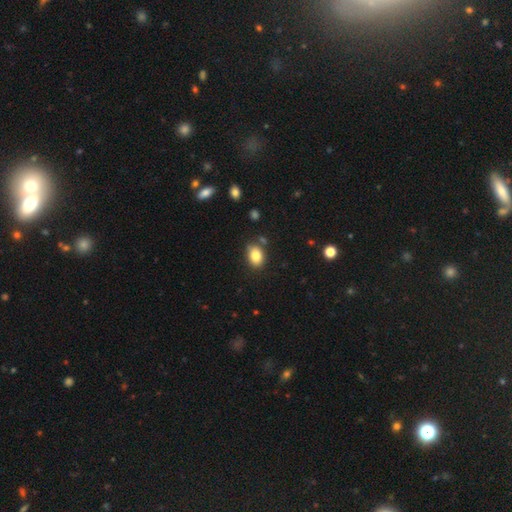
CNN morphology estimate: This is clearly a smooth galaxy (83%). How rounded: likely in between (76%). Merging: likely none (79%).